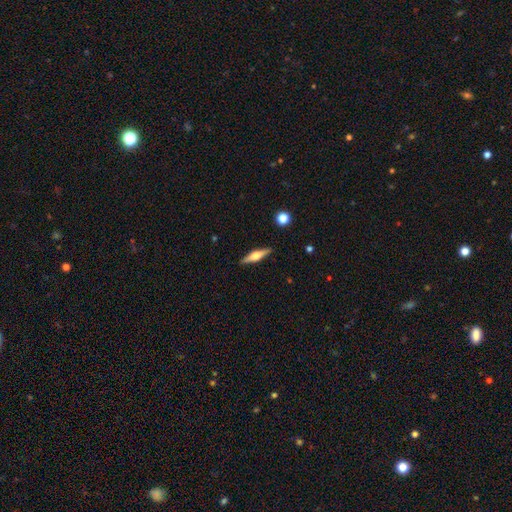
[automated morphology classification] Overall: featured or disk (65%; smooth 29%). Edge-on disk: yes (97%). Edge-on bulge: rounded (92%). Merging: none (90%).